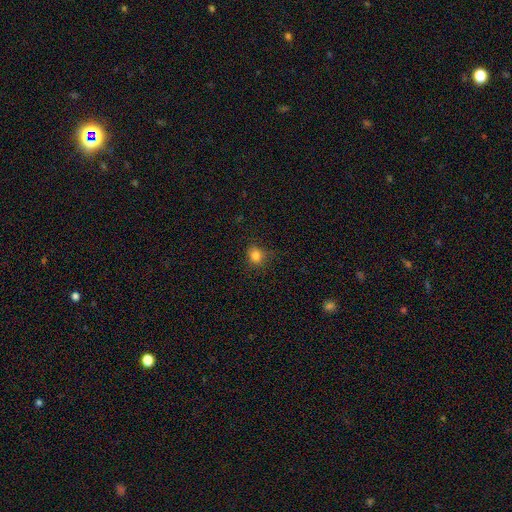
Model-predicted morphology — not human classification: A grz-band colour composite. It shows a smooth galaxy with no disk features (82%) that is round (83%). Merging: none (81%).